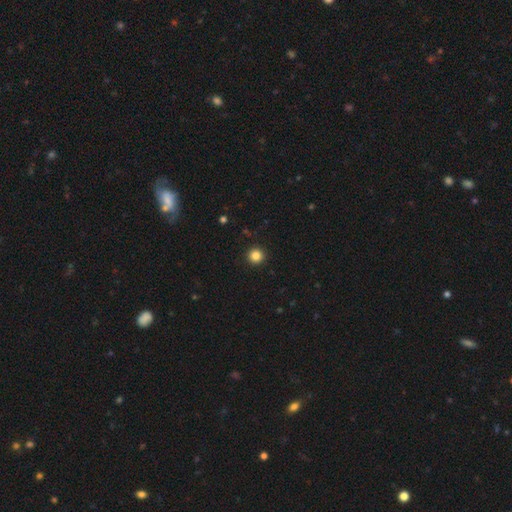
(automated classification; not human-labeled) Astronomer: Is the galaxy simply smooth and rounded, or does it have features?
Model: smooth — 85%.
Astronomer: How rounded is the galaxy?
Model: round — 96%.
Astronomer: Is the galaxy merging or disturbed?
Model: none — 93%.